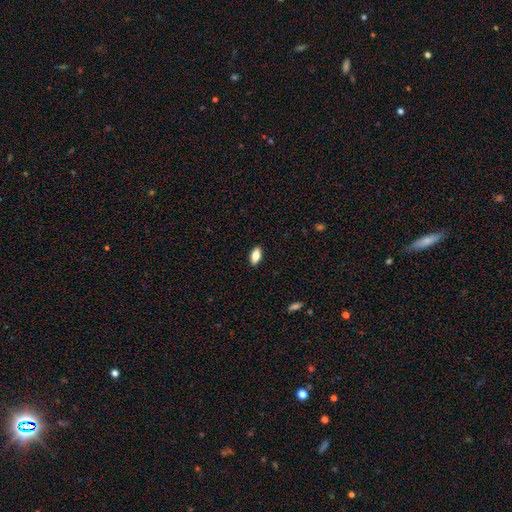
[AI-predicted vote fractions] The model was most divided on "smooth or featured": smooth: 81%, featured or disk: 12%, star or artifact: 7%. More confident: merging — none (89%); how rounded — in between (88%).